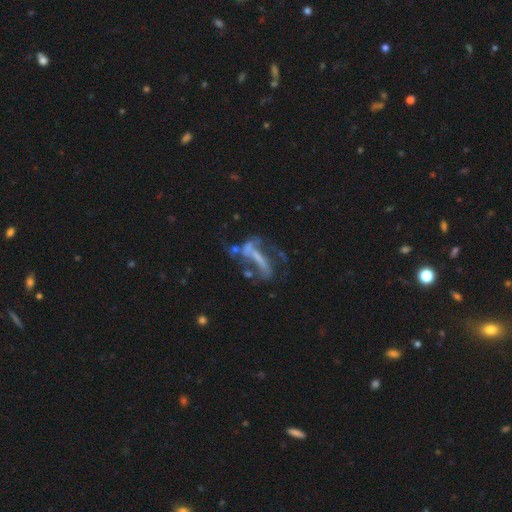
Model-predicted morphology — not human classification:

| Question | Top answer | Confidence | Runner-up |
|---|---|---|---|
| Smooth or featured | featured or disk | 66% | smooth (20%) |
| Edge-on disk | no | 82% | yes (18%) |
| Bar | strong | 48% | no (32%) |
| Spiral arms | no | 52% | yes (48%) |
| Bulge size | none | 59% | small (22%) |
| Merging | major disturbance | 35% | none (30%) |